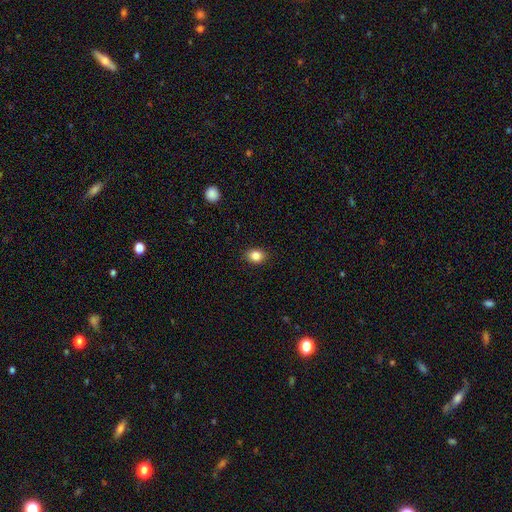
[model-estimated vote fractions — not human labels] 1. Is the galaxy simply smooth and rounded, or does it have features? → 85% smooth, 9% star or artifact, 5% featured or disk.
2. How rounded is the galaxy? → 55% in between, 44% round, 1% cigar-shaped.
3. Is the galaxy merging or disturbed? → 87% none, 9% minor disturbance, 2% major disturbance, 1% merger.